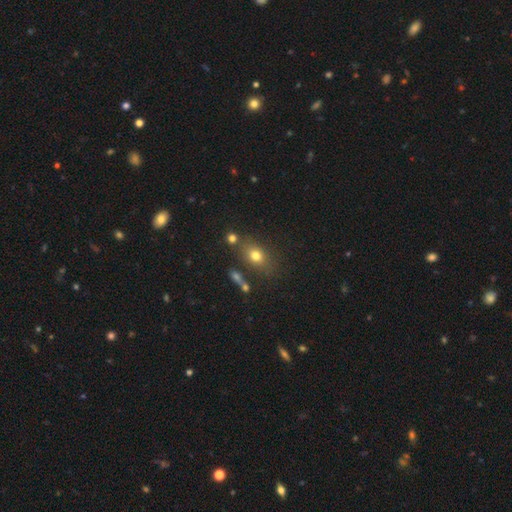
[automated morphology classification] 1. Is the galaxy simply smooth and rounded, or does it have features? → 74% smooth, 14% star or artifact, 13% featured or disk.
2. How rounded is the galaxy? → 63% in between, 34% round, 3% cigar-shaped.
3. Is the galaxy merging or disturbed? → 69% none, 14% minor disturbance, 11% merger, 6% major disturbance.